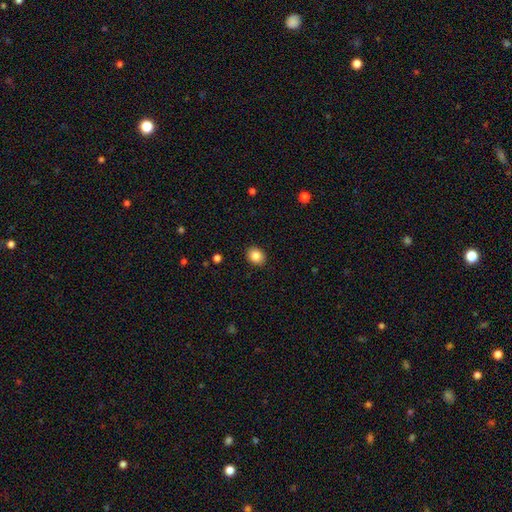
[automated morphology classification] Smooth or featured: smooth — 85% (star or artifact — 9%)
How rounded: round — 62% (in between — 37%)
Merging: none — 91% (minor disturbance — 6%)